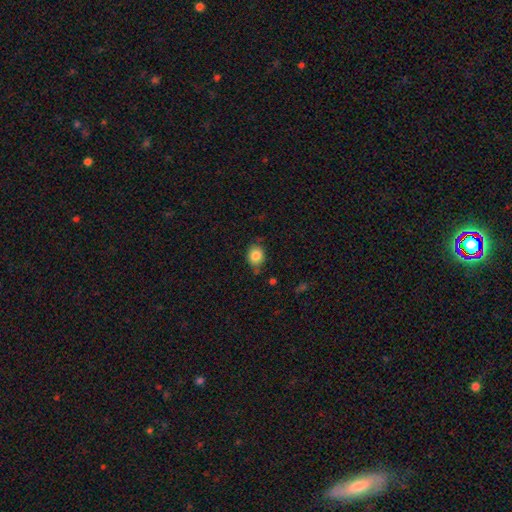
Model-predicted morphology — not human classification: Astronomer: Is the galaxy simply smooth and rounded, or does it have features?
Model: smooth — 83%.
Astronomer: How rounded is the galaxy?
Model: round — 55% (runner-up: in between, 44%).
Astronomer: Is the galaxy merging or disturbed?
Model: none — 66%.